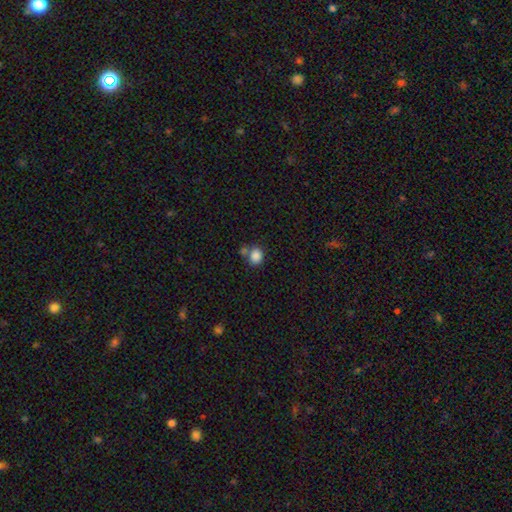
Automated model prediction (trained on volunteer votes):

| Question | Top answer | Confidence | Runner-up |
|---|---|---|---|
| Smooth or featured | smooth | 86% | star or artifact (9%) |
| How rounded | round | 67% | in between (33%) |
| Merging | none | 58% | merger (27%) |